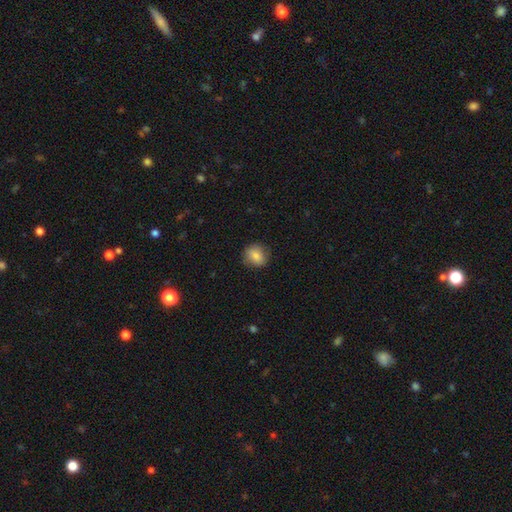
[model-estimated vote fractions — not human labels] The model was most divided on "how rounded": round: 77%, in between: 22%, cigar-shaped: 1%. More confident: merging — none (84%); smooth or featured — smooth (82%).